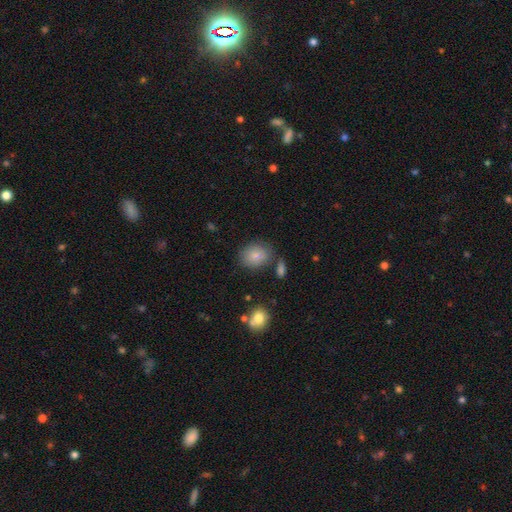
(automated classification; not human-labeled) Overall: smooth (84%). How rounded: round (50%; in between 49%). Merging: none (72%).